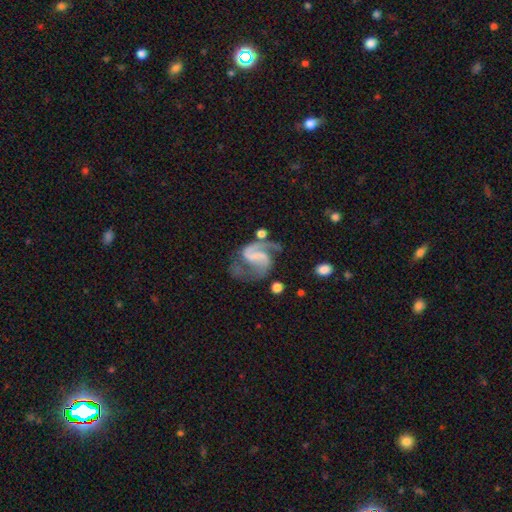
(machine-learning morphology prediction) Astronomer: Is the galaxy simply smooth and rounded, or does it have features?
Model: featured or disk — 88%.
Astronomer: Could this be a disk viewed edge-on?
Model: no — 98%.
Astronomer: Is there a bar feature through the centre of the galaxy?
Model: weak — 40% (runner-up: no, 32%).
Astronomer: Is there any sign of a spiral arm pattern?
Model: yes — 97%.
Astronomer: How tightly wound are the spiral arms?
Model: medium — 52% (runner-up: loose, 33%).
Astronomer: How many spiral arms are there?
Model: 2 — 88%.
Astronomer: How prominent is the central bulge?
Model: none — 64%.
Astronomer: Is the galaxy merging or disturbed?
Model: none — 51%.